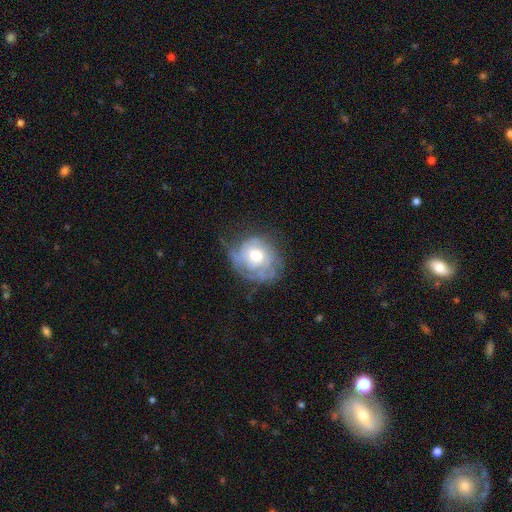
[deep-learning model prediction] Morphology: type=featured or disk (65%); edge-on=no (97%); bar=no (81%); spiral arms=yes (72%); bulge=moderate (67%); merging=none (52%).